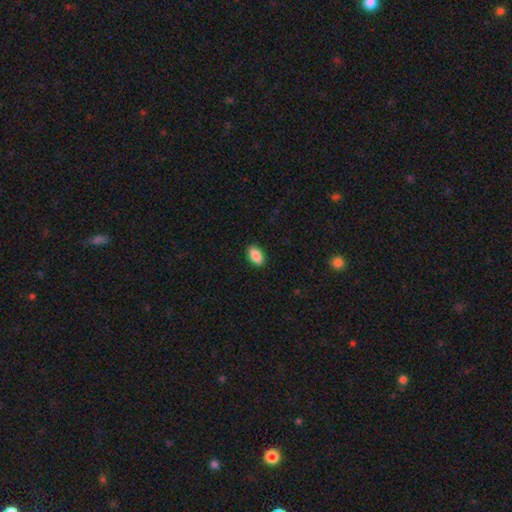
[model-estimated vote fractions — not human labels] Smooth or featured?
  - smooth: 89% *
  - star or artifact: 7%
  - featured or disk: 4%
How rounded?
  - in between: 93% *
  - round: 5%
  - cigar-shaped: 2%
Merging?
  - none: 89% *
  - minor disturbance: 8%
  - major disturbance: 2%
  - merger: 1%